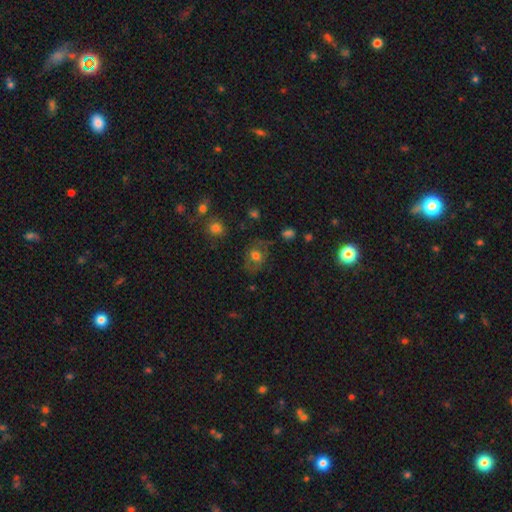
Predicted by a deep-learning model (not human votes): smooth 60%, featured or disk 27%, star or artifact 13%. Down the decision tree: how rounded — round (54%); merging — none (65%).